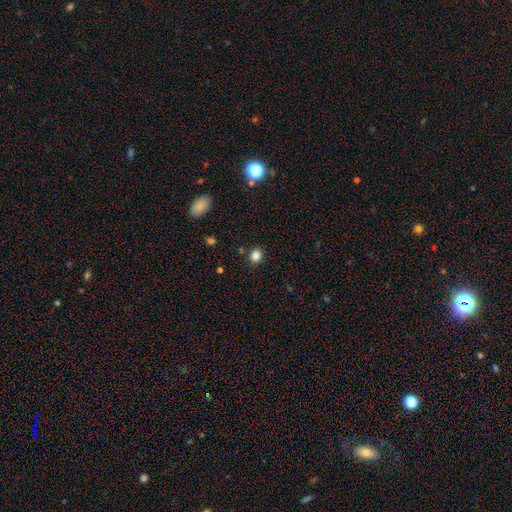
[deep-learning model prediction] Smooth or featured: smooth — 82% (star or artifact — 13%)
How rounded: round — 75% (in between — 24%)
Merging: none — 86% (minor disturbance — 9%)